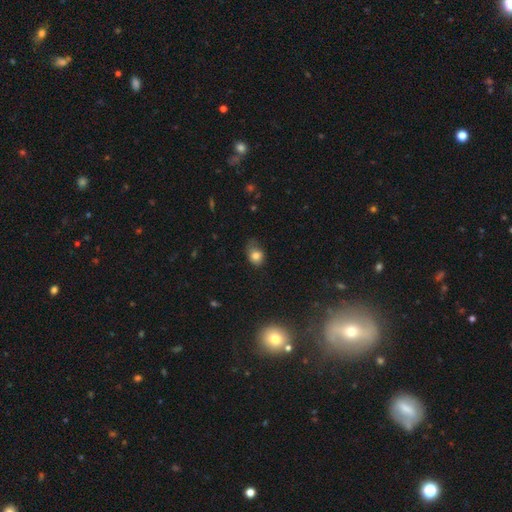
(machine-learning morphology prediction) Q: Smooth or featured?
A: smooth (80%); runner-up: star or artifact (11%)
Q: How rounded?
A: in between (55%); runner-up: round (44%)
Q: Merging?
A: none (42%); runner-up: minor disturbance (40%)